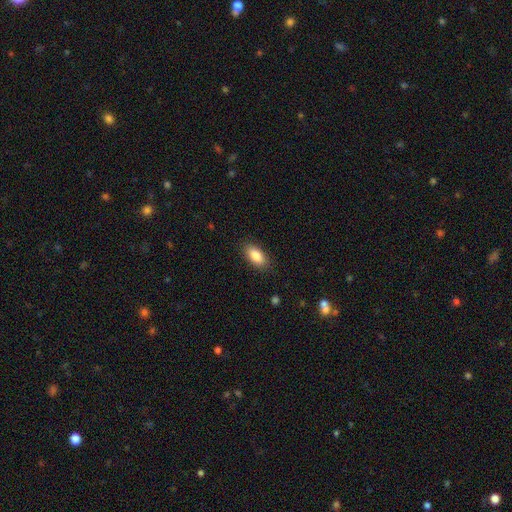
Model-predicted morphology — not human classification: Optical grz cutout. It shows a smooth galaxy with no disk features (85%) that is in between round and cigar-shaped (89%). Merging: none (87%).